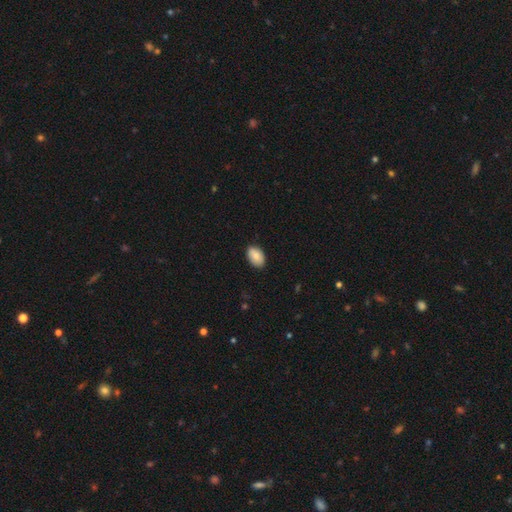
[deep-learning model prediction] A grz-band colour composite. It shows a smooth galaxy with no disk features (86%) that is in between round and cigar-shaped (91%). Merging: none (87%).